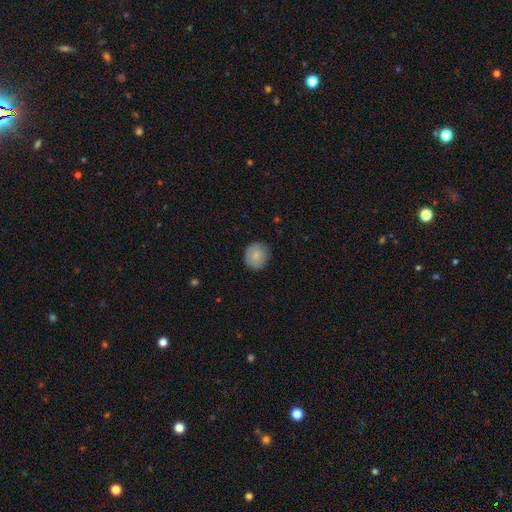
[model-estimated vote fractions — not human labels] This appears to be a smooth galaxy with no disk features (83%) that is round (86%). Merging: none (84%).